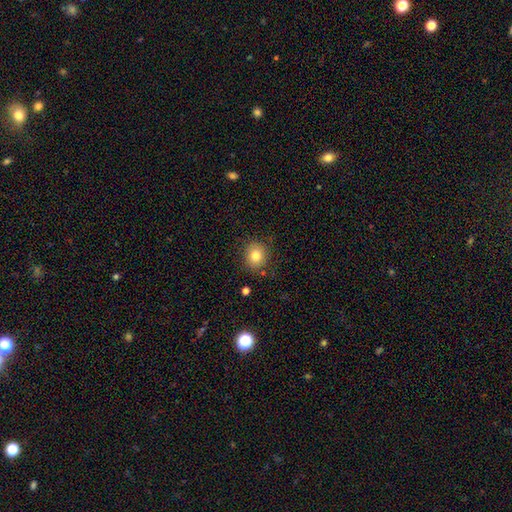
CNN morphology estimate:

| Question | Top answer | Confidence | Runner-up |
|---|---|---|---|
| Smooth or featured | smooth | 80% | star or artifact (11%) |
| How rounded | round | 82% | in between (17%) |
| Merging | none | 85% | minor disturbance (10%) |